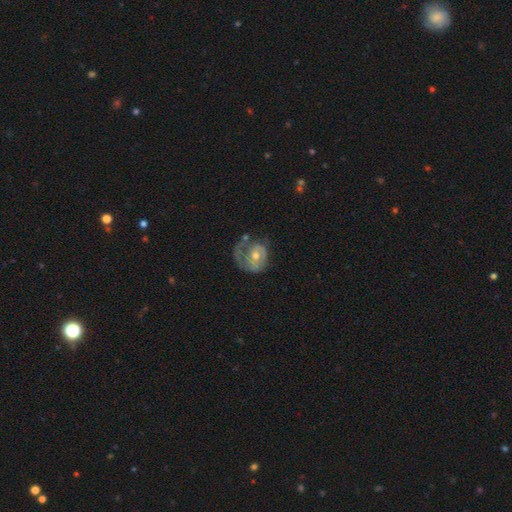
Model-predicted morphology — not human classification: Smooth or featured: featured or disk — 74% (smooth — 20%)
Edge-on disk: no — 97% (yes — 3%)
Bar: no — 67% (weak — 26%)
Spiral arms: yes — 78% (no — 22%)
Spiral winding: tight — 49% (medium — 33%)
Spiral arm count: 1 — 55% (2 — 25%)
Bulge size: moderate — 59% (small — 36%)
Merging: none — 47% (major disturbance — 27%)